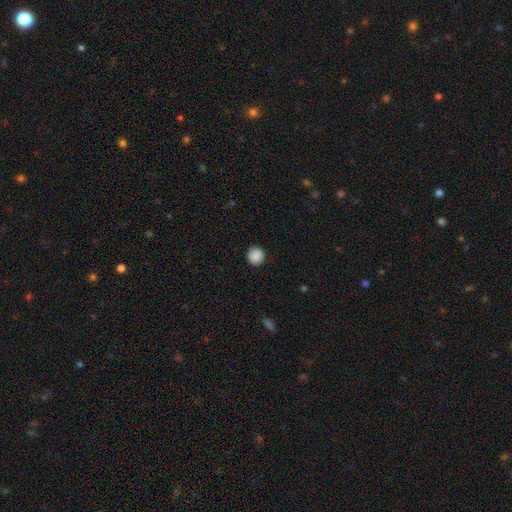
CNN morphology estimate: A smooth galaxy with no disk features (89%) that is round (93%).

Vote fractions:
- Smooth or featured? smooth: 89% / star or artifact: 8% / featured or disk: 3%
- How rounded? round: 93% / in between: 6% / cigar-shaped: 1%
- Merging? none: 91% / minor disturbance: 6% / major disturbance: 2% / merger: 1%